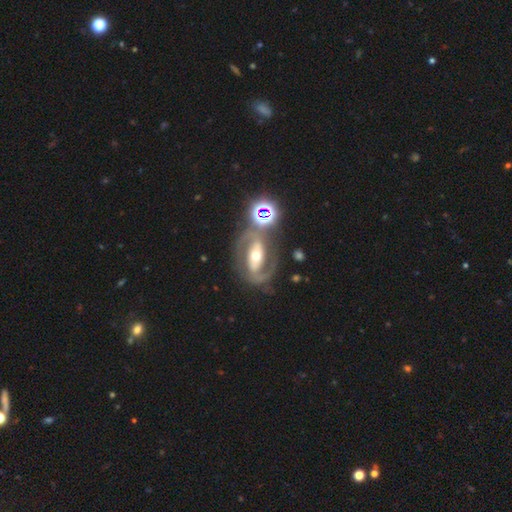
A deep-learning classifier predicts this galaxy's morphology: This appears to be a featured or disk galaxy (84%) with a strong bar (50%), 2 (90%) medium (55%) spiral arms (90%) and a moderate central bulge (68%). Merging: none (69%).